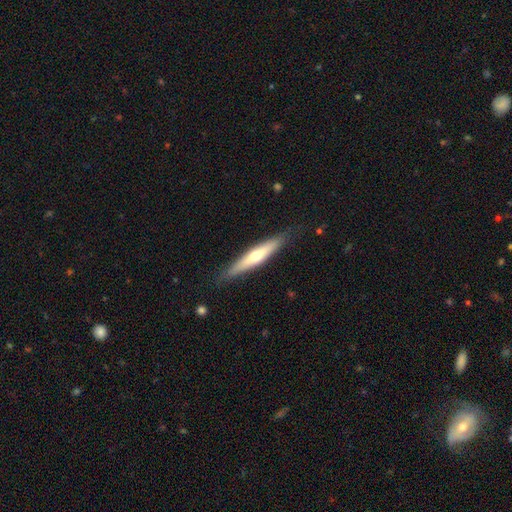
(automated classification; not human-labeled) Smooth or featured?
  - featured or disk: 48% *
  - smooth: 46%
  - star or artifact: 5%
Merging?
  - none: 86% *
  - minor disturbance: 11%
  - major disturbance: 2%
  - merger: 1%